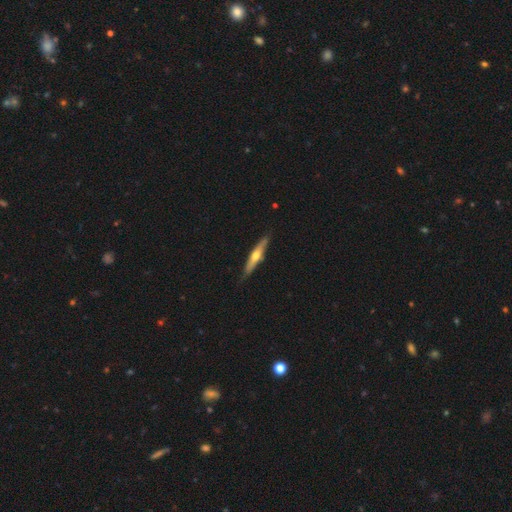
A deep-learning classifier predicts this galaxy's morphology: smooth-or-featured: featured or disk: 57% | smooth: 38% | star or artifact: 5%
  disk-edge-on: yes: 91% | no: 9%
    edge-on-bulge: rounded: 89% | none: 8% | boxy: 3%
  merging: none: 84% | minor disturbance: 13% | major disturbance: 2% | merger: 1%